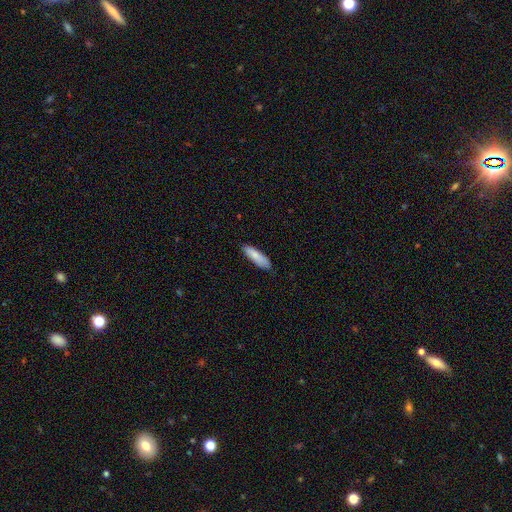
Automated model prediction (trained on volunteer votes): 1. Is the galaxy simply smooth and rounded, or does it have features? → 83% smooth, 11% featured or disk, 6% star or artifact.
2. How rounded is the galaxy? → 57% cigar-shaped, 41% in between, 1% round.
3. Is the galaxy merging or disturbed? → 83% none, 14% minor disturbance, 2% major disturbance, 1% merger.